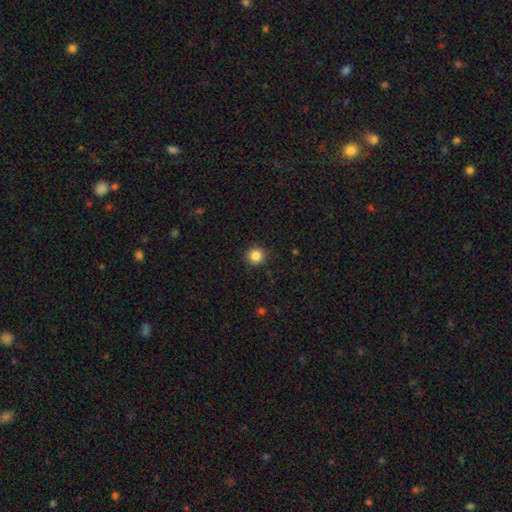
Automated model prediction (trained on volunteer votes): Smooth or featured: smooth — 85% (star or artifact — 11%)
How rounded: round — 95% (in between — 4%)
Merging: none — 92% (minor disturbance — 6%)